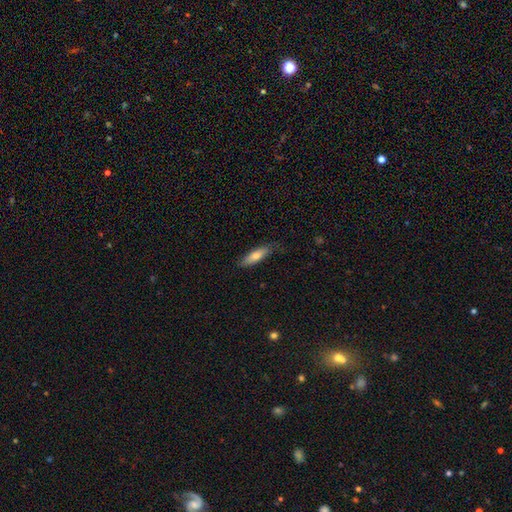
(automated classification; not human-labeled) This is likely a smooth galaxy (71%). How rounded: possibly cigar-shaped (57%). Merging: likely none (76%).